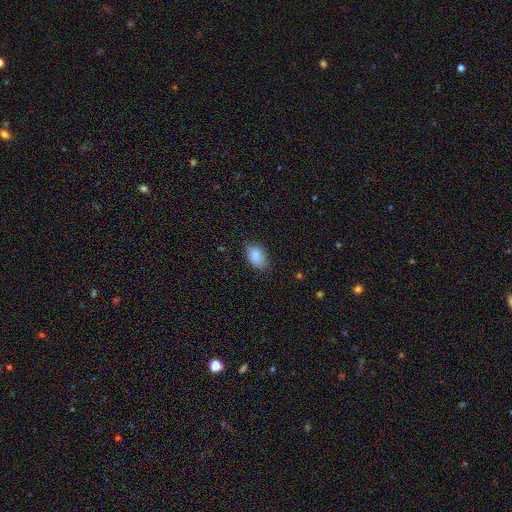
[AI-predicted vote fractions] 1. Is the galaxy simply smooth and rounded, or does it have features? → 88% smooth, 7% star or artifact, 5% featured or disk.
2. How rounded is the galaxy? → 90% in between, 9% round, 1% cigar-shaped.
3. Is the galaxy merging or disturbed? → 78% none, 18% minor disturbance, 3% major disturbance, 1% merger.